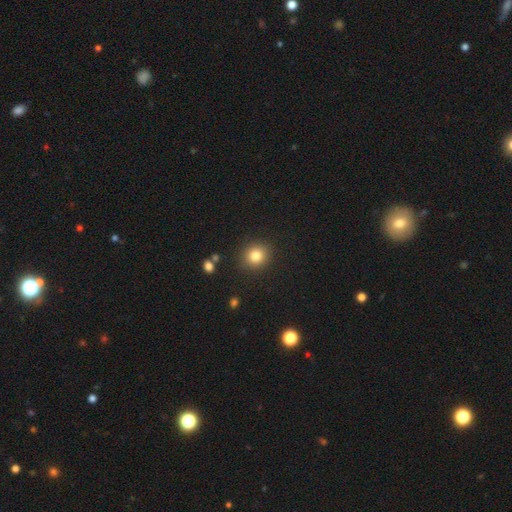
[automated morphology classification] Smooth or featured? Predicted: smooth (p=0.81). How rounded? Predicted: round (p=0.83). Merging? Predicted: none (p=0.88).